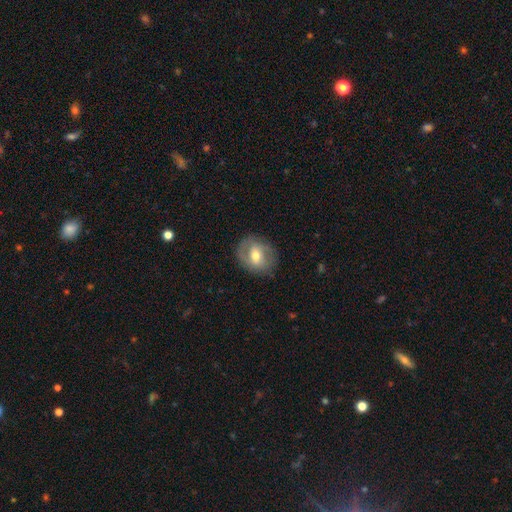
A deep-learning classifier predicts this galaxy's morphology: A featured or disk galaxy (47%). Merging: none (79%).